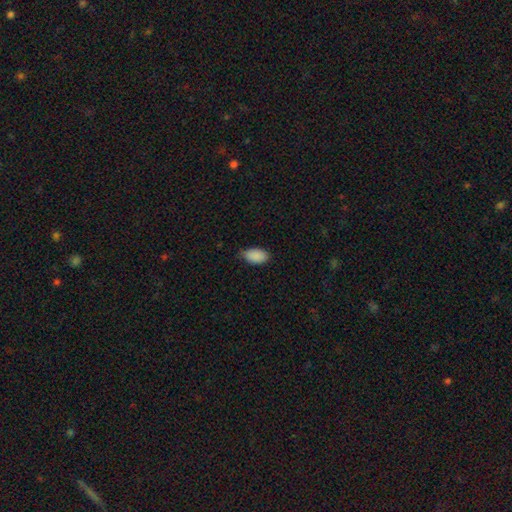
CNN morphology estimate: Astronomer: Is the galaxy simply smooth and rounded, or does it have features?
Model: smooth — 90%.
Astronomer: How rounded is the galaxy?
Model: in between — 94%.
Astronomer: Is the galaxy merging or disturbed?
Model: none — 70%.